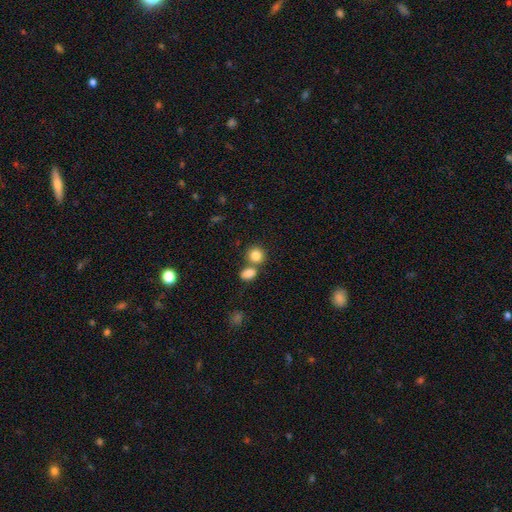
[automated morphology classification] A smooth galaxy with no disk features (84%) that is round (80%). Merging: none (55%).